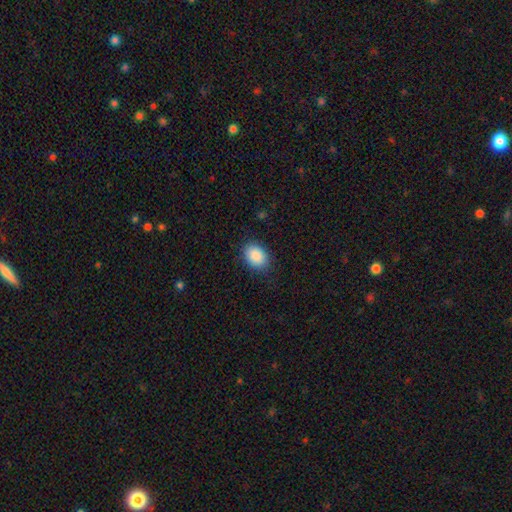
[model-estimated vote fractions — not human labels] Smooth or featured? smooth (90%)
How rounded? in between (75%)
Merging? none (85%)